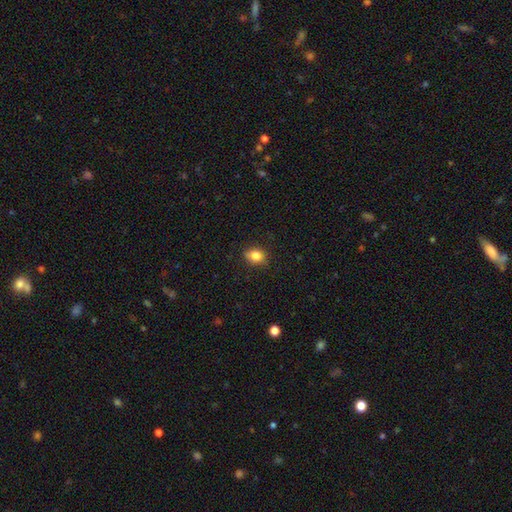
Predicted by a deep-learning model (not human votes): Smooth or featured? smooth (84%)
How rounded? in between (57%)
Merging? none (82%)